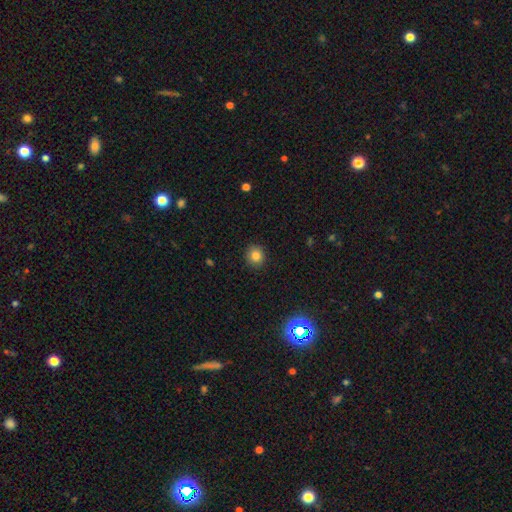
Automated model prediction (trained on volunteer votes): Morphology: type=smooth (82%); roundness=round (88%); merging=none (90%).